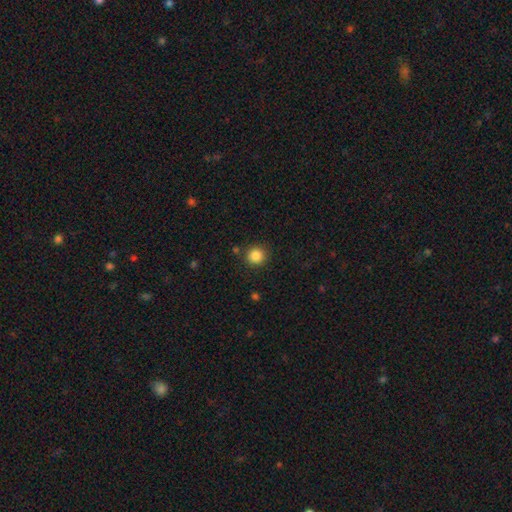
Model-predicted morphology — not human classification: smooth 86%, star or artifact 11%, featured or disk 4%. Down the decision tree: how rounded — round (93%); merging — none (88%).